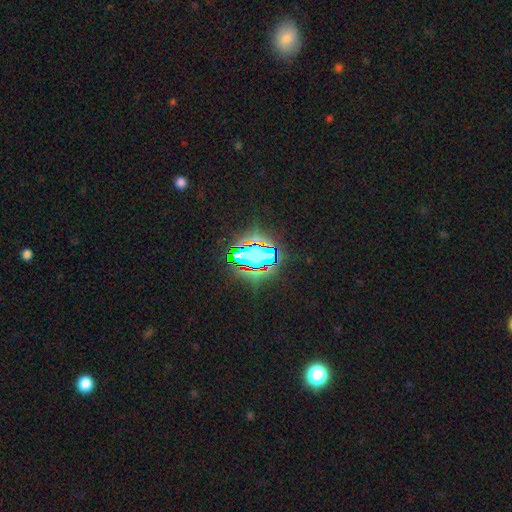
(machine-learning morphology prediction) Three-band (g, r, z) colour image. It shows a star or artifact, not a galaxy (63%).